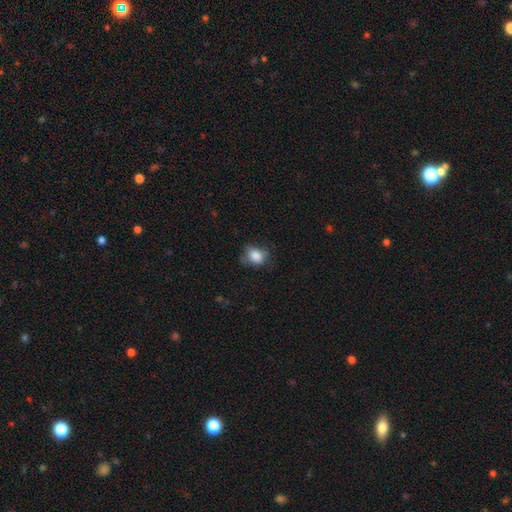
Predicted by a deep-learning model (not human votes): This appears to be a smooth galaxy with no disk features (83%) that is in between round and cigar-shaped (55%). Merging: none (54%).